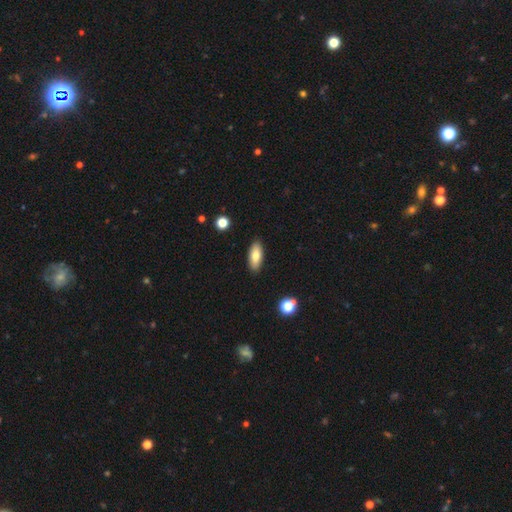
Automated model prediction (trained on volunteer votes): Smooth or featured? smooth (76%)
How rounded? in between (82%)
Merging? none (88%)